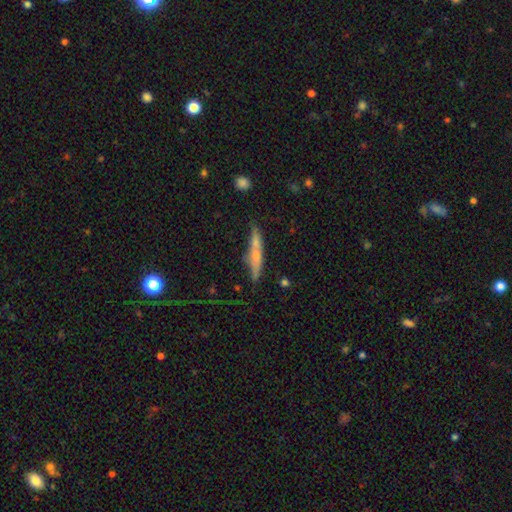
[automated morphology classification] Q: Smooth or featured?
A: smooth (48%); runner-up: featured or disk (44%)
Q: Merging?
A: none (70%); runner-up: minor disturbance (16%)